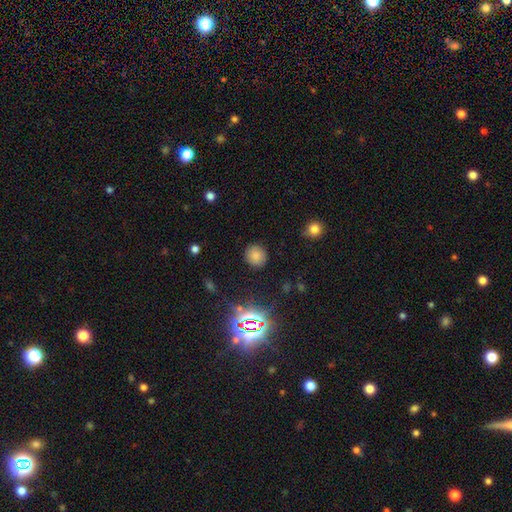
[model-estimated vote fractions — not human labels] Smooth or featured? smooth (77%)
How rounded? round (89%)
Merging? none (89%)